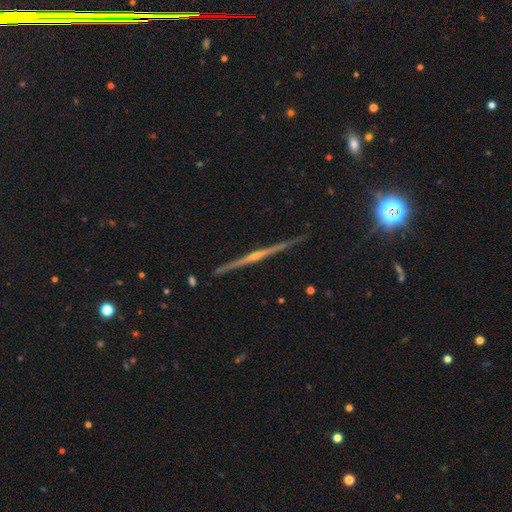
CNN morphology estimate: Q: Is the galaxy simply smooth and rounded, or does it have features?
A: featured or disk — 85%.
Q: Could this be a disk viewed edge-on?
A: yes — 99%.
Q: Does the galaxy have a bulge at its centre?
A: rounded — 72%.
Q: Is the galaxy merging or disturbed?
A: none — 90%.